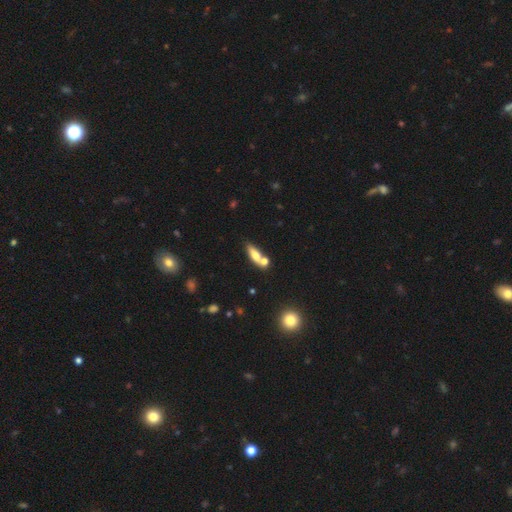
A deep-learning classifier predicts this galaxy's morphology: Q: Smooth or featured?
A: smooth (68%); runner-up: featured or disk (24%)
Q: How rounded?
A: in between (53%); runner-up: cigar-shaped (42%)
Q: Merging?
A: none (49%); runner-up: merger (35%)